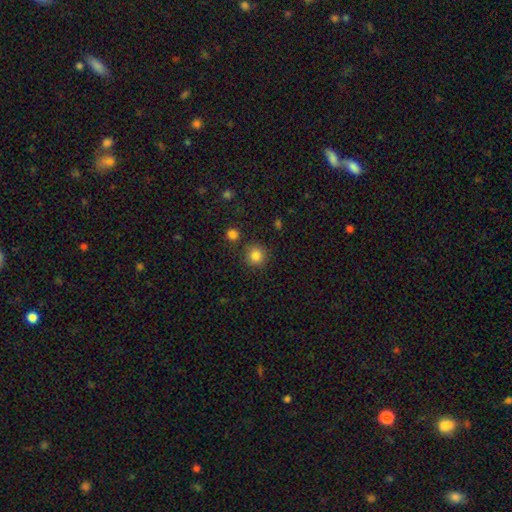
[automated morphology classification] Overall: smooth (84%). How rounded: round (92%). Merging: none (86%).